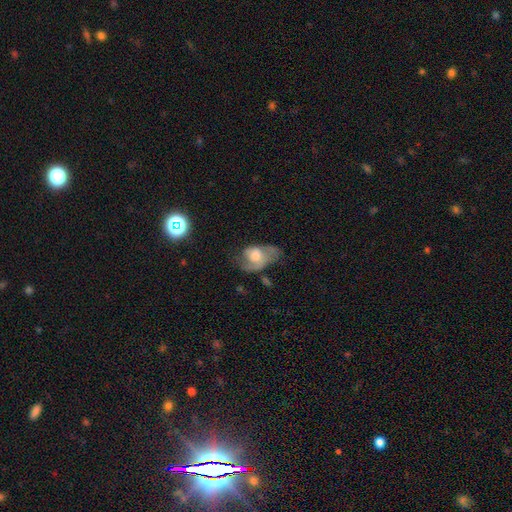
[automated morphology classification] Smooth or featured? Predicted: featured or disk (p=0.49). Merging? Predicted: major disturbance (p=0.43).